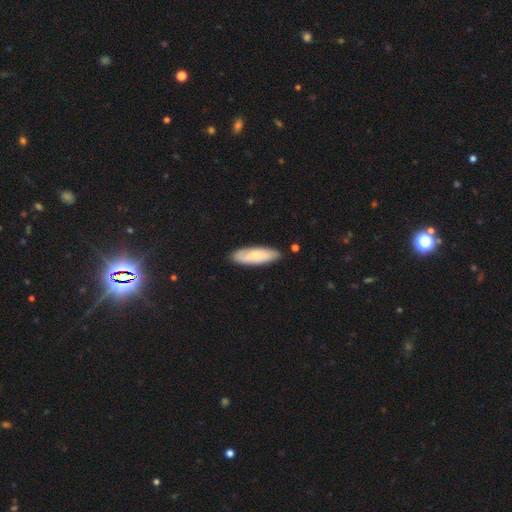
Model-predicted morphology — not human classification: smooth_or_featured: smooth (p=0.60) [alt: featured or disk p=0.35]
how_rounded: in between (p=0.52) [alt: cigar-shaped p=0.46]
merging: none (p=0.83) [alt: minor disturbance p=0.13]